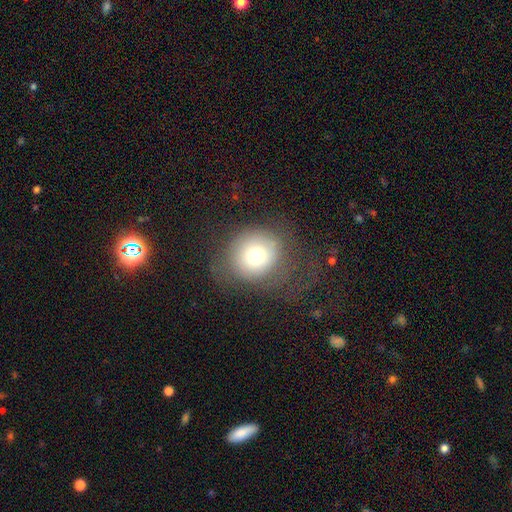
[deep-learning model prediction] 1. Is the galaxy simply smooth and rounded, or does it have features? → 69% smooth, 18% featured or disk, 13% star or artifact.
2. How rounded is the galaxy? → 87% round, 12% in between, 1% cigar-shaped.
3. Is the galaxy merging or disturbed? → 62% none, 20% major disturbance, 17% minor disturbance, 1% merger.